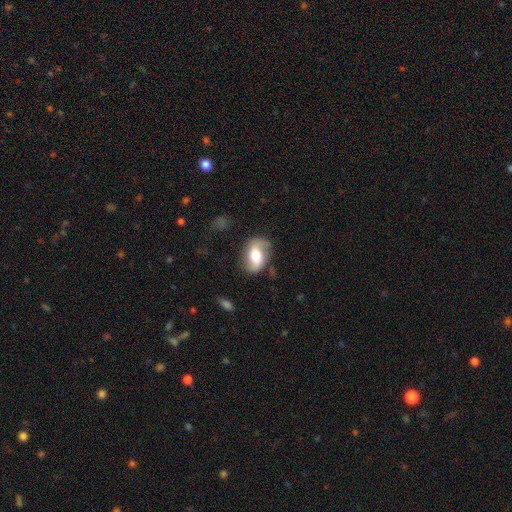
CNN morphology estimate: smooth_or_featured: featured or disk (p=0.53) [alt: smooth p=0.40]
disk_edge_on: no (p=0.94) [alt: yes p=0.06]
merging: none (p=0.68) [alt: minor disturbance p=0.21]